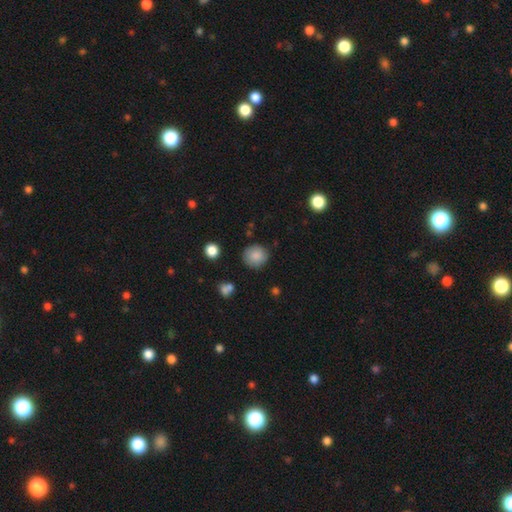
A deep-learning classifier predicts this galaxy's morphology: smooth 86%, star or artifact 9%, featured or disk 5%. Down the decision tree: how rounded — round (88%); merging — none (83%).